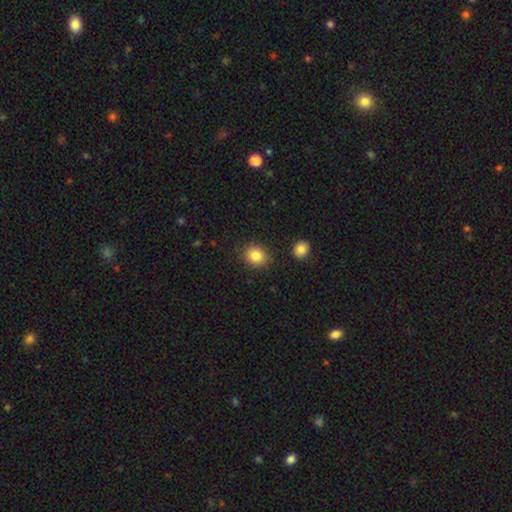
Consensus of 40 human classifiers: A smooth galaxy with no disk features (90%) that is round (75%).

Vote fractions:
- Smooth or featured? smooth: 90% / star or artifact: 8% / featured or disk: 2%
- How rounded? round: 75% / in between: 25% / cigar-shaped: 0%
- Merging? none: 73% / minor disturbance: 19% / major disturbance: 5% / merger: 3%